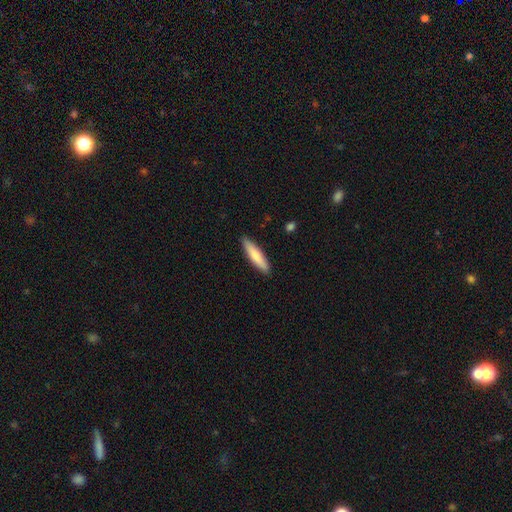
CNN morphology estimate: Smooth or featured? Predicted: smooth (p=0.75). How rounded? Predicted: cigar-shaped (p=0.81). Merging? Predicted: none (p=0.90).